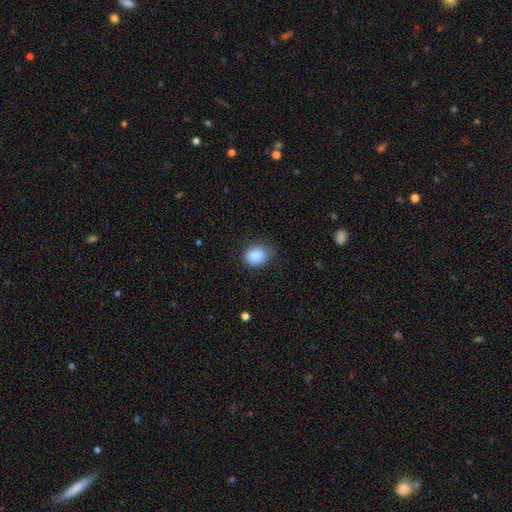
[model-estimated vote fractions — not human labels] This appears to be a smooth galaxy with no disk features (88%) that is in between round and cigar-shaped (56%). Merging: none (77%).